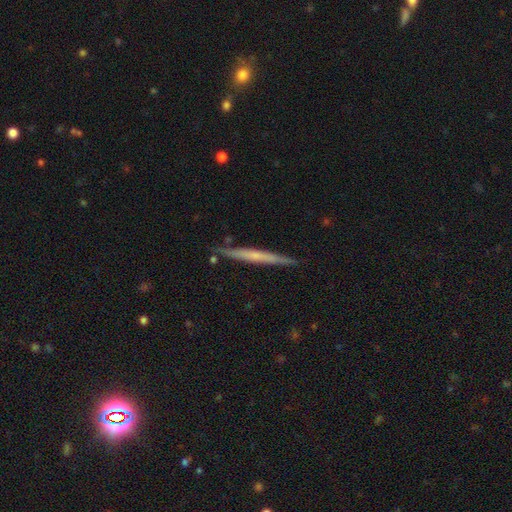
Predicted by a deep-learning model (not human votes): smooth_or_featured: featured or disk (p=0.54) [alt: smooth p=0.40]
disk_edge_on: yes (p=0.97) [alt: no p=0.03]
edge_on_bulge: none (p=0.71) [alt: rounded p=0.23]
merging: none (p=0.87) [alt: minor disturbance p=0.09]